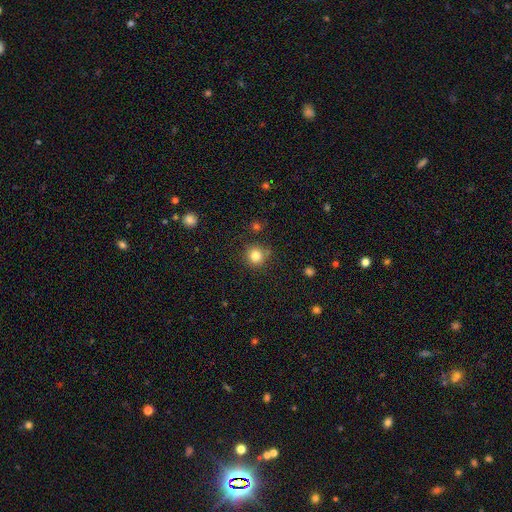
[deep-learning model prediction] Morphology: type=smooth (82%); roundness=round (93%); merging=none (83%).